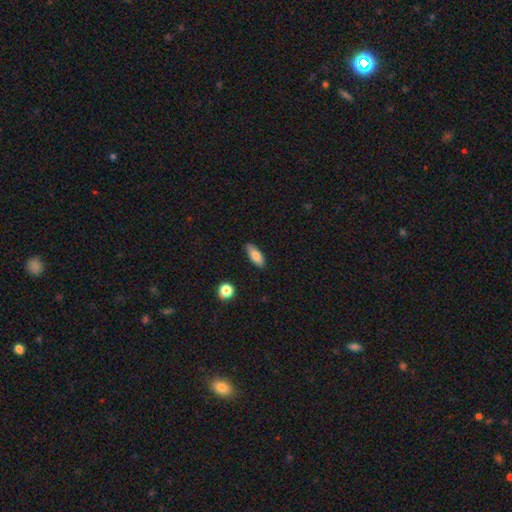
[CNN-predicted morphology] smooth_or_featured: smooth (p=0.80) [alt: featured or disk p=0.13]
how_rounded: in between (p=0.76) [alt: cigar-shaped p=0.22]
merging: none (p=0.85) [alt: minor disturbance p=0.11]